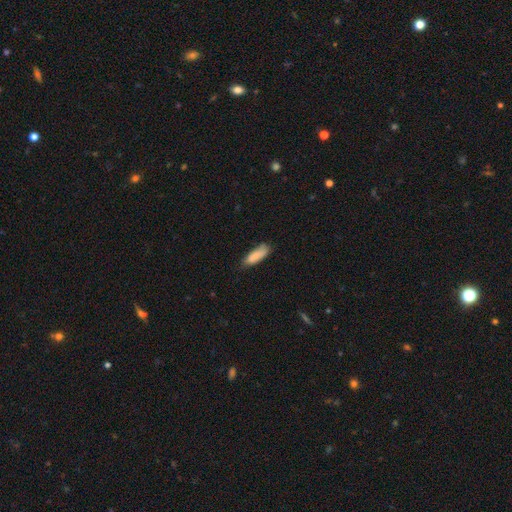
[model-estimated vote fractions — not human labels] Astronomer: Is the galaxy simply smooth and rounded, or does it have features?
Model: smooth — 85%.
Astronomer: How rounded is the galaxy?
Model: in between — 56% (runner-up: cigar-shaped, 43%).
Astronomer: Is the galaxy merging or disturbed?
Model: none — 66%.